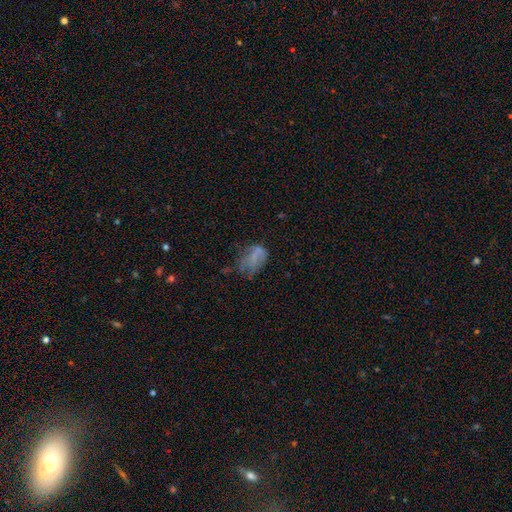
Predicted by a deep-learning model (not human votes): smooth-or-featured: smooth: 58% | featured or disk: 28% | star or artifact: 14%
  how-rounded: in between: 83% | round: 15% | cigar-shaped: 2%
  merging: major disturbance: 35% | none: 31% | minor disturbance: 30% | merger: 4%